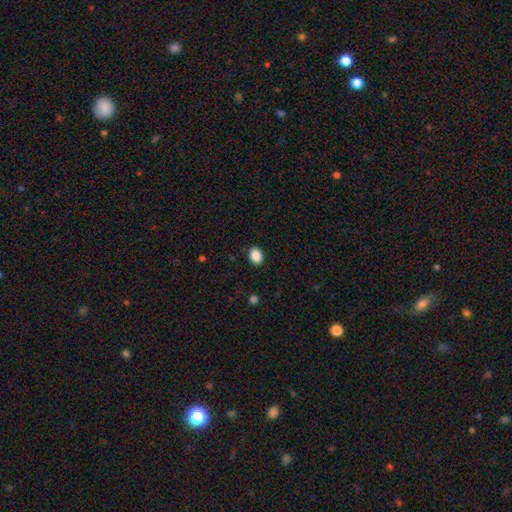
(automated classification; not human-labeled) The model was most divided on "how rounded": in between: 59%, round: 40%, cigar-shaped: 1%. More confident: merging — none (89%); smooth or featured — smooth (88%).